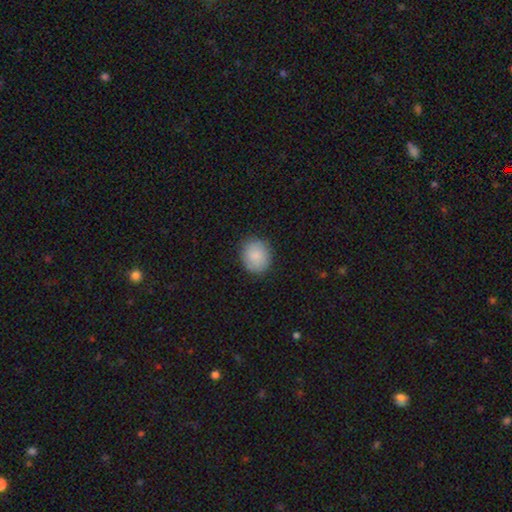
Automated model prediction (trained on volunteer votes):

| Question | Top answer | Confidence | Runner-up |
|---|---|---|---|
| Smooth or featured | smooth | 87% | star or artifact (7%) |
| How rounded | round | 79% | in between (20%) |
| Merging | none | 86% | minor disturbance (10%) |